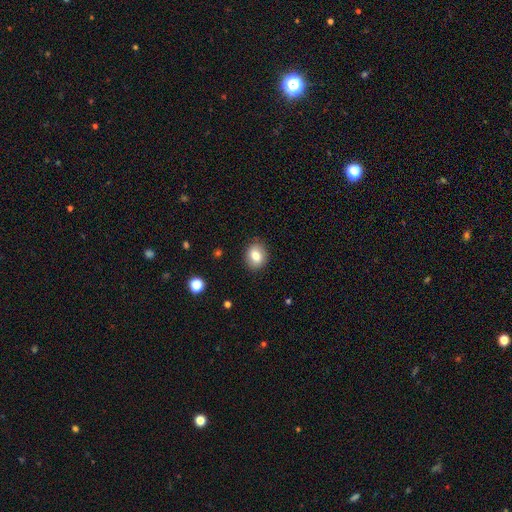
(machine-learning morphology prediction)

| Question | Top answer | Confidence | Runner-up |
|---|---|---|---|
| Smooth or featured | smooth | 81% | featured or disk (10%) |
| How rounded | round | 55% | in between (44%) |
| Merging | none | 88% | minor disturbance (9%) |